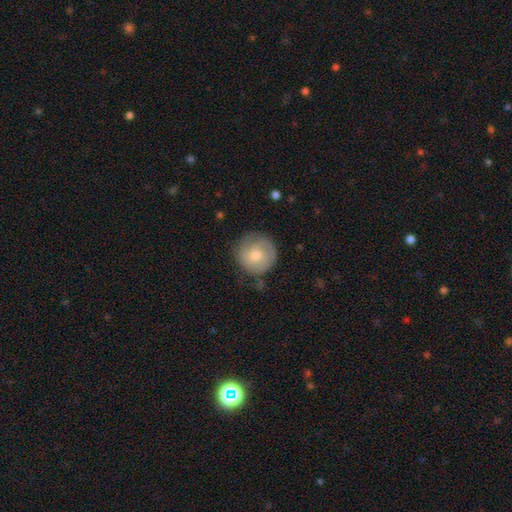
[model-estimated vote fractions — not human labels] Morphology: type=smooth (63%); roundness=round (93%); merging=none (68%).